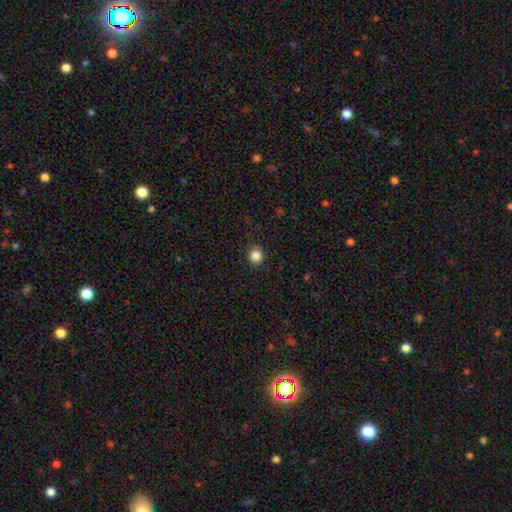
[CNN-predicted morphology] smooth_or_featured: smooth (p=0.86) [alt: star or artifact p=0.10]
how_rounded: round (p=0.84) [alt: in between p=0.15]
merging: none (p=0.91) [alt: minor disturbance p=0.06]